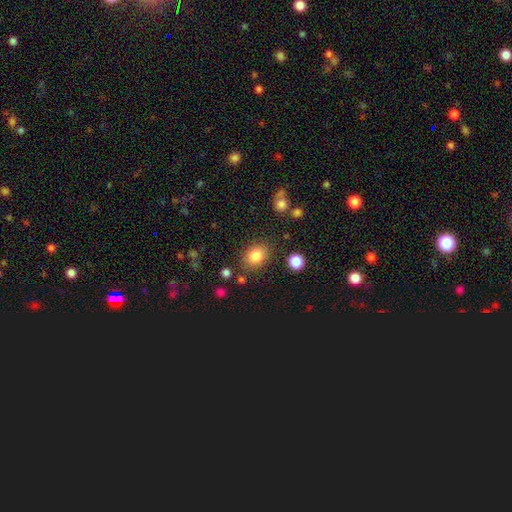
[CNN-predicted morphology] Smooth or featured? smooth (83%)
How rounded? in between (53%)
Merging? none (81%)